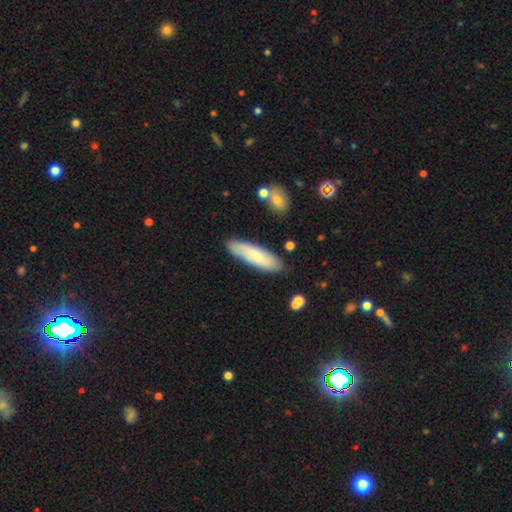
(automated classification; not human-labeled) This is likely a smooth galaxy (66%). How rounded: possibly cigar-shaped (57%). Merging: clearly none (81%).